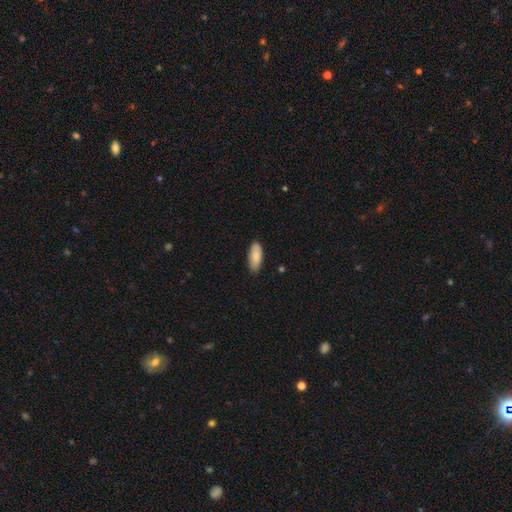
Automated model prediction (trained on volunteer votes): Smooth or featured: smooth — 86% (featured or disk — 8%)
How rounded: in between — 81% (cigar-shaped — 18%)
Merging: none — 83% (minor disturbance — 14%)